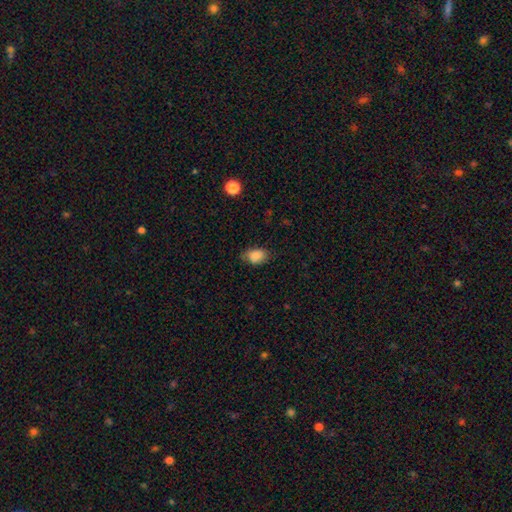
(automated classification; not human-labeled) Morphology: type=smooth (85%); roundness=in between (81%); merging=none (66%).